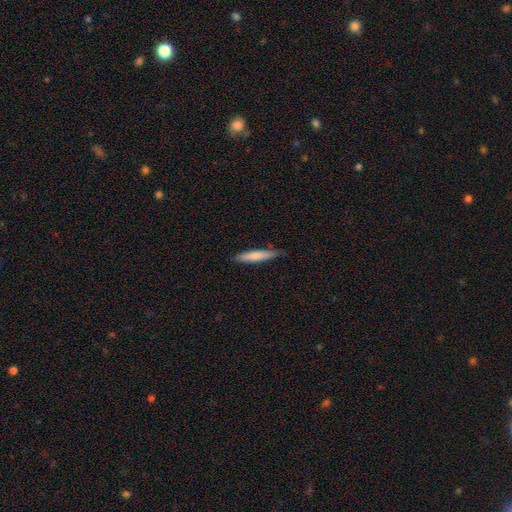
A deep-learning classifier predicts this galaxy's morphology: Smooth or featured?
  - smooth: 75% *
  - featured or disk: 20%
  - star or artifact: 5%
How rounded?
  - cigar-shaped: 90% *
  - in between: 9%
  - round: 1%
Merging?
  - none: 80% *
  - minor disturbance: 16%
  - major disturbance: 2%
  - merger: 1%